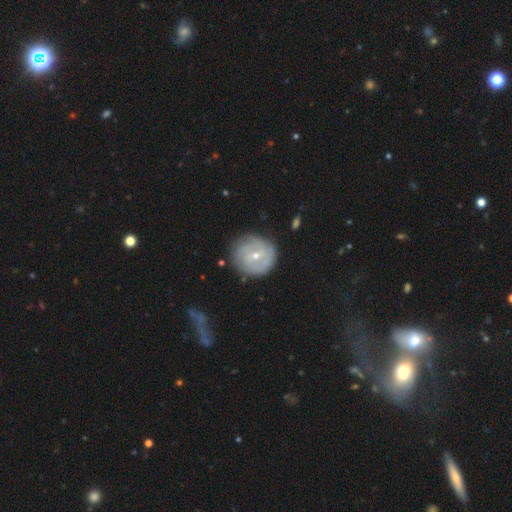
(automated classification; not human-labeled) Smooth or featured?
  - featured or disk: 68% *
  - smooth: 26%
  - star or artifact: 6%
Edge-on disk?
  - no: 97% *
  - yes: 3%
Bar?
  - weak: 47% *
  - no: 41%
  - strong: 12%
Spiral arms?
  - yes: 80% *
  - no: 20%
Spiral winding?
  - tight: 62% *
  - medium: 27%
  - loose: 11%
Spiral arm count?
  - can't tell: 38% *
  - 2: 35%
  - 3: 13%
  - 4: 5%
  - 1: 4%
  - more than 4: 4%
Bulge size?
  - small: 58% *
  - moderate: 39%
  - large: 1%
  - none: 1%
  - dominant: 1%
Merging?
  - none: 80% *
  - minor disturbance: 14%
  - major disturbance: 4%
  - merger: 2%